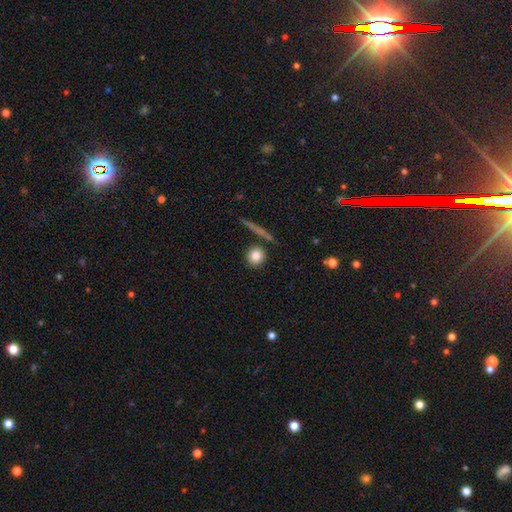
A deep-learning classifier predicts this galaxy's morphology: A smooth galaxy with no disk features (83%) that is round (91%). Merging: none (82%).